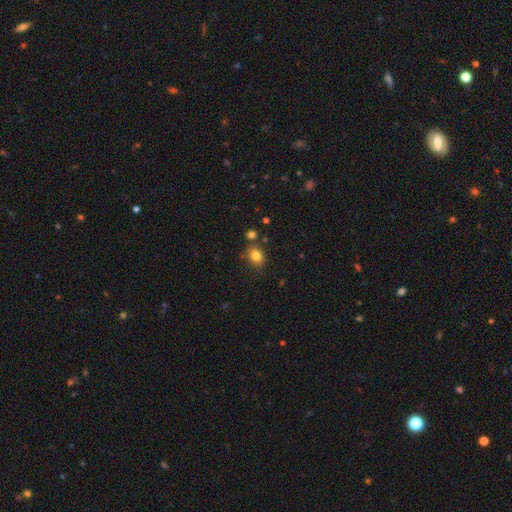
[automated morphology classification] Smooth or featured: smooth — 81% (star or artifact — 11%)
How rounded: round — 53% (in between — 46%)
Merging: none — 73% (minor disturbance — 15%)